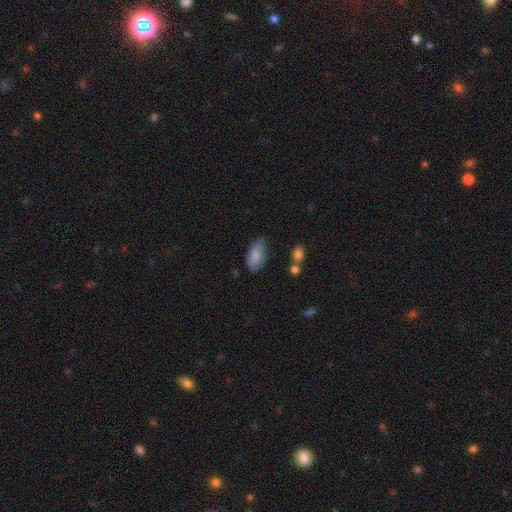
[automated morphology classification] Smooth or featured?
  - smooth: 80% *
  - featured or disk: 13%
  - star or artifact: 7%
How rounded?
  - in between: 92% *
  - cigar-shaped: 5%
  - round: 3%
Merging?
  - none: 61% *
  - minor disturbance: 30%
  - major disturbance: 7%
  - merger: 3%